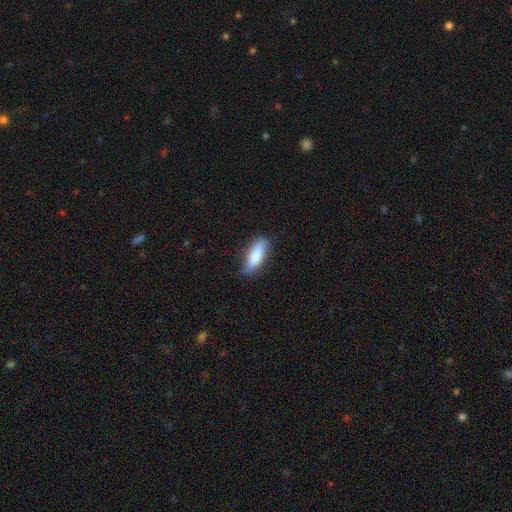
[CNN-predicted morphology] The model was most divided on "how rounded": in between: 64%, cigar-shaped: 34%, round: 2%. More confident: smooth or featured — smooth (83%); merging — none (73%).